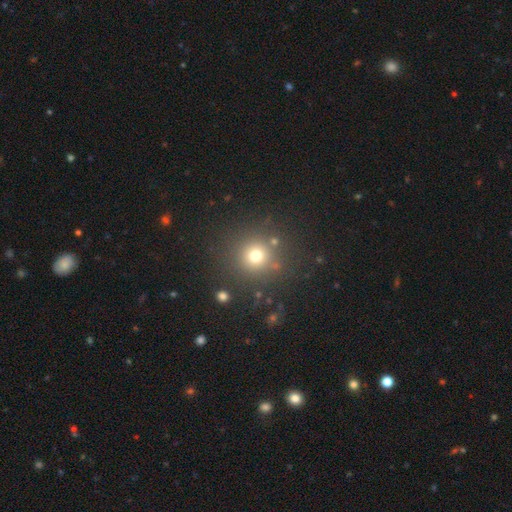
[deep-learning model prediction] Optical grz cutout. It shows a smooth galaxy with no disk features (72%) that is round (94%). Merging: none (83%).